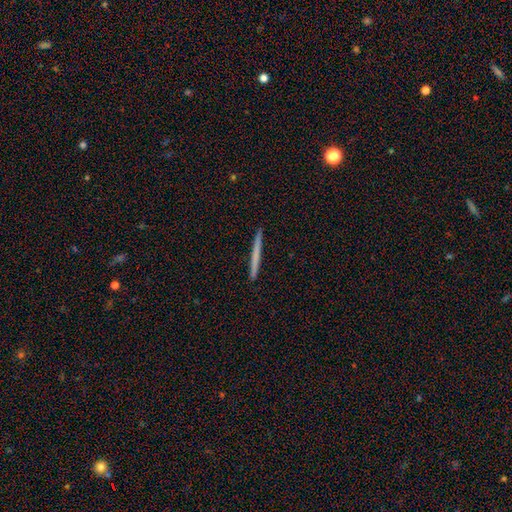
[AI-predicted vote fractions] This is possibly a smooth galaxy (59%). How rounded: clearly cigar-shaped (97%). Merging: clearly none (93%).